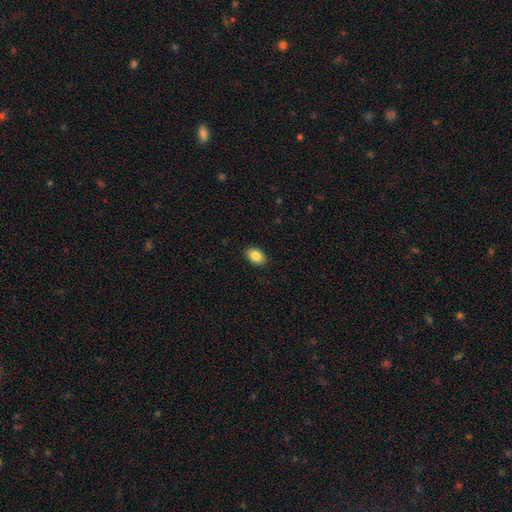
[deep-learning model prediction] A smooth galaxy with no disk features (86%) that is in between round and cigar-shaped (85%).

Vote fractions:
- Smooth or featured? smooth: 86% / star or artifact: 8% / featured or disk: 6%
- How rounded? in between: 85% / round: 14% / cigar-shaped: 1%
- Merging? none: 89% / minor disturbance: 8% / major disturbance: 2% / merger: 1%